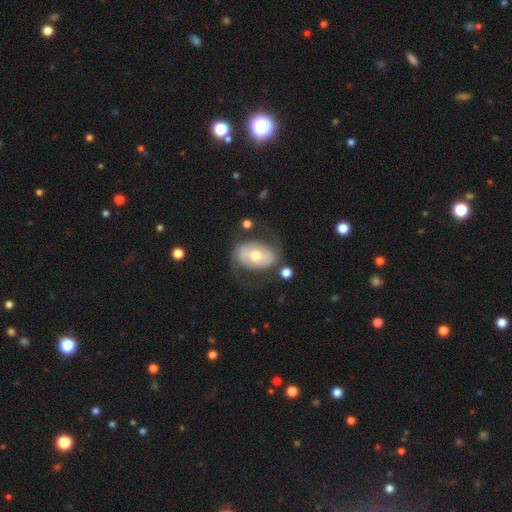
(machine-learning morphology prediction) Overall: featured or disk (64%; smooth 30%). Edge-on disk: no (95%). Bar: no (43%; weak 33%). Spiral arms: yes (61%; no 39%). Bulge size: moderate (73%). Merging: none (62%).